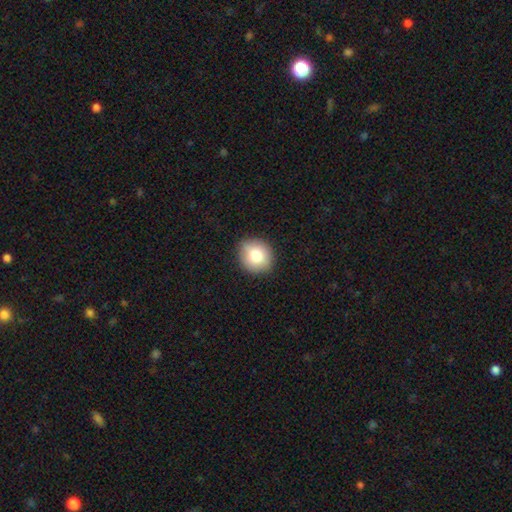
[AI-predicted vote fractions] Morphology: type=smooth (80%); roundness=round (79%); merging=none (88%).